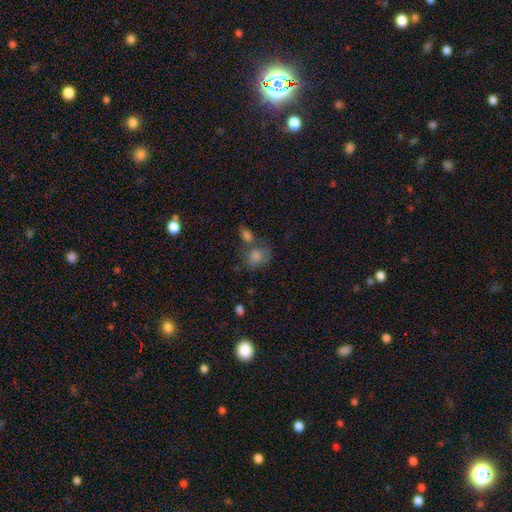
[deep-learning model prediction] Smooth or featured?
  - smooth: 66% *
  - star or artifact: 18%
  - featured or disk: 16%
How rounded?
  - round: 57% *
  - in between: 42%
  - cigar-shaped: 2%
Merging?
  - none: 47% *
  - merger: 27%
  - minor disturbance: 17%
  - major disturbance: 9%